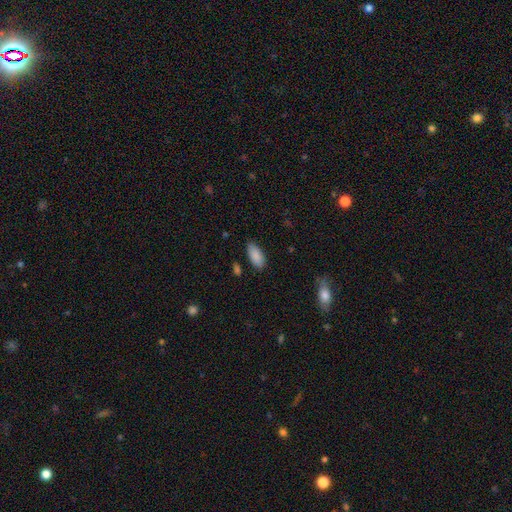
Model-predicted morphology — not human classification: Smooth or featured?
  - smooth: 89% *
  - star or artifact: 6%
  - featured or disk: 5%
How rounded?
  - in between: 90% *
  - cigar-shaped: 9%
  - round: 2%
Merging?
  - none: 83% *
  - minor disturbance: 12%
  - major disturbance: 3%
  - merger: 2%